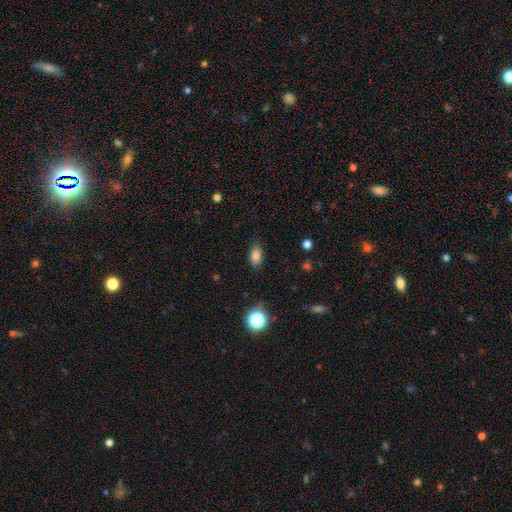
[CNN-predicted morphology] smooth-or-featured: smooth: 82% | star or artifact: 11% | featured or disk: 7%
  how-rounded: in between: 88% | round: 9% | cigar-shaped: 3%
  merging: none: 83% | minor disturbance: 13% | major disturbance: 3% | merger: 1%